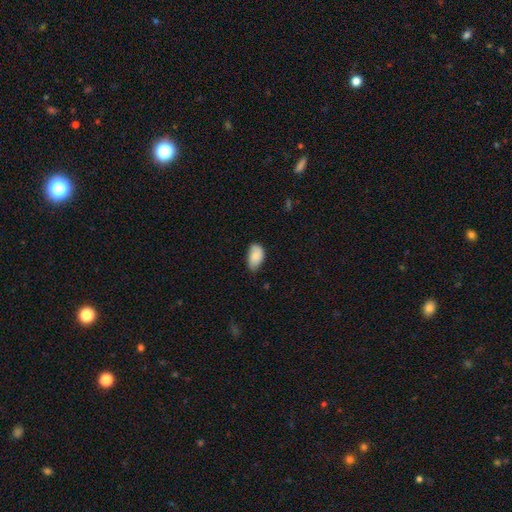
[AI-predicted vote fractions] Smooth or featured? Predicted: smooth (p=0.80). How rounded? Predicted: in between (p=0.93). Merging? Predicted: none (p=0.55).